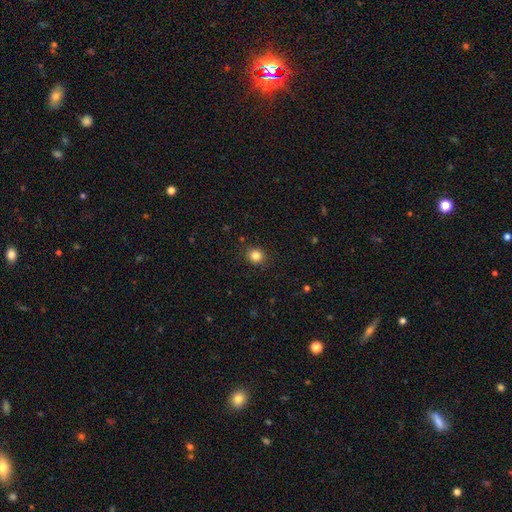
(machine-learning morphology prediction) Smooth or featured? smooth (84%)
How rounded? round (79%)
Merging? none (89%)